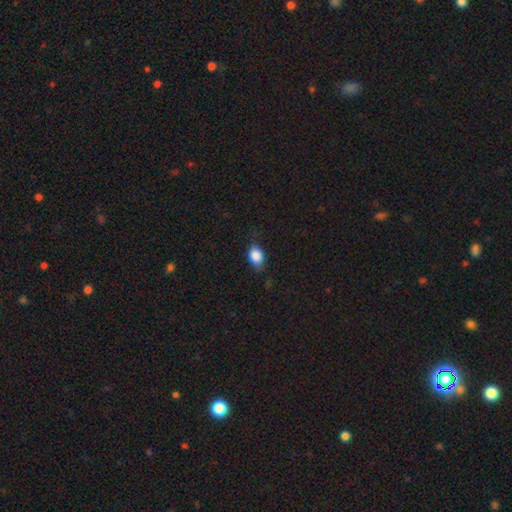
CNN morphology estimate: type=smooth (84%); roundness=in between (70%); merging=none (66%).